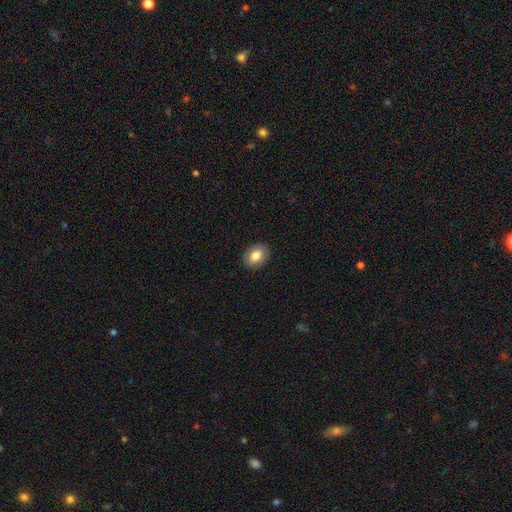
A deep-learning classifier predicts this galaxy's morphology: This is clearly a smooth galaxy (82%). How rounded: likely in between (72%). Merging: clearly none (90%).